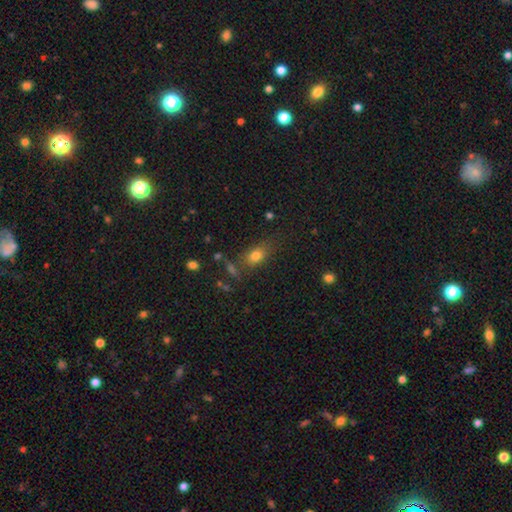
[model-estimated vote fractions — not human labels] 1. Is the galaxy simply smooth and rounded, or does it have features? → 77% smooth, 12% star or artifact, 10% featured or disk.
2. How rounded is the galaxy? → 73% in between, 22% round, 6% cigar-shaped.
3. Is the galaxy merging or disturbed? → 67% none, 19% minor disturbance, 7% major disturbance, 7% merger.